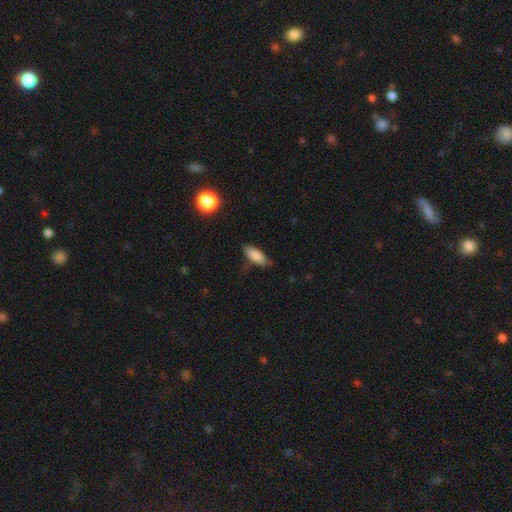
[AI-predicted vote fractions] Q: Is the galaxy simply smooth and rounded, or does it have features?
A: smooth — 83%.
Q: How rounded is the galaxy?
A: in between — 75%.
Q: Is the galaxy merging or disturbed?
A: none — 72%.